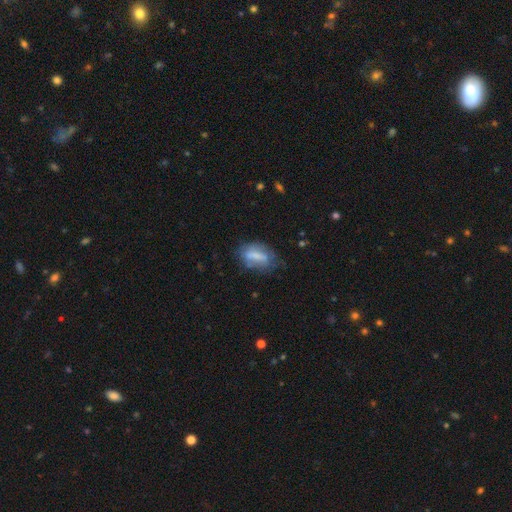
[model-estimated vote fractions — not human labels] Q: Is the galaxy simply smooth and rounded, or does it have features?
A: smooth — 59%.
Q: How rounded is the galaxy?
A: in between — 78%.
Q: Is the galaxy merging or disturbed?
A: none — 50%.